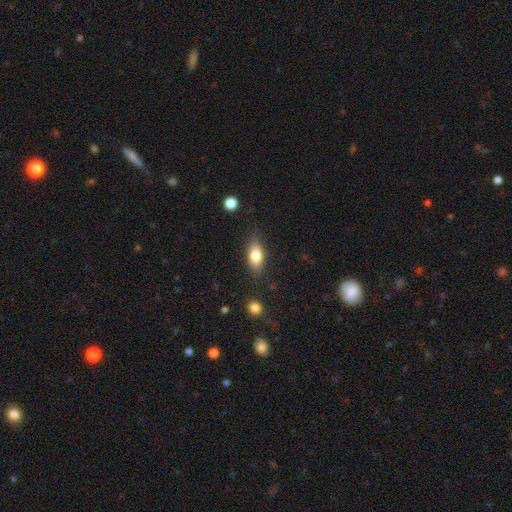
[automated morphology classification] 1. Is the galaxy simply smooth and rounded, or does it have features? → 77% smooth, 16% featured or disk, 7% star or artifact.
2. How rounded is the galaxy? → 83% in between, 12% cigar-shaped, 5% round.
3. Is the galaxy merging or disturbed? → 81% none, 14% minor disturbance, 3% major disturbance, 2% merger.